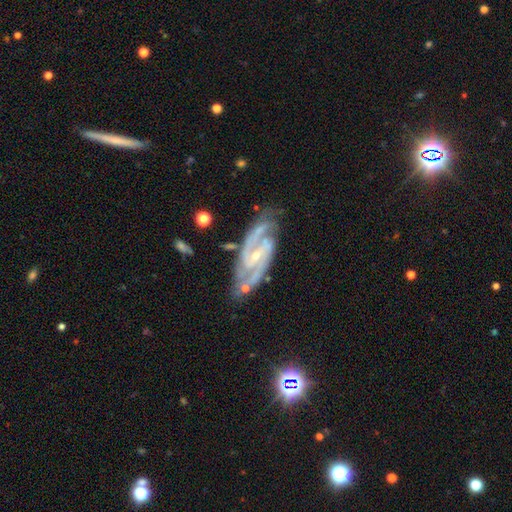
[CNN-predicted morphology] Q: Smooth or featured?
A: featured or disk (92%); runner-up: star or artifact (5%)
Q: Edge-on disk?
A: no (95%); runner-up: yes (5%)
Q: Bar?
A: weak (42%); runner-up: strong (30%)
Q: Spiral arms?
A: yes (98%); runner-up: no (2%)
Q: Spiral winding?
A: medium (55%); runner-up: tight (35%)
Q: Spiral arm count?
A: 2 (82%); runner-up: 3 (8%)
Q: Bulge size?
A: small (76%); runner-up: moderate (20%)
Q: Merging?
A: none (73%); runner-up: minor disturbance (19%)